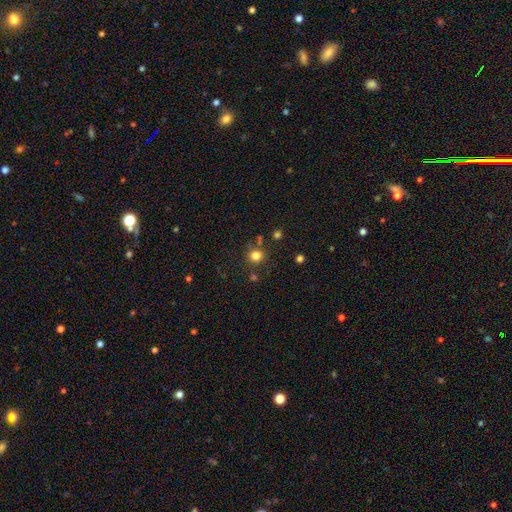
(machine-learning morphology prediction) A smooth galaxy with no disk features (80%) that is round (91%).

Vote fractions:
- Smooth or featured? smooth: 80% / star or artifact: 14% / featured or disk: 6%
- How rounded? round: 91% / in between: 8% / cigar-shaped: 1%
- Merging? none: 79% / minor disturbance: 10% / merger: 8% / major disturbance: 4%